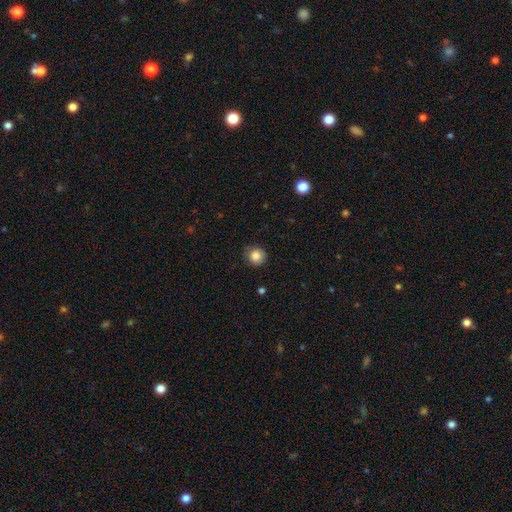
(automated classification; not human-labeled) smooth 84%, star or artifact 10%, featured or disk 7%. Down the decision tree: how rounded — round (90%); merging — none (80%).